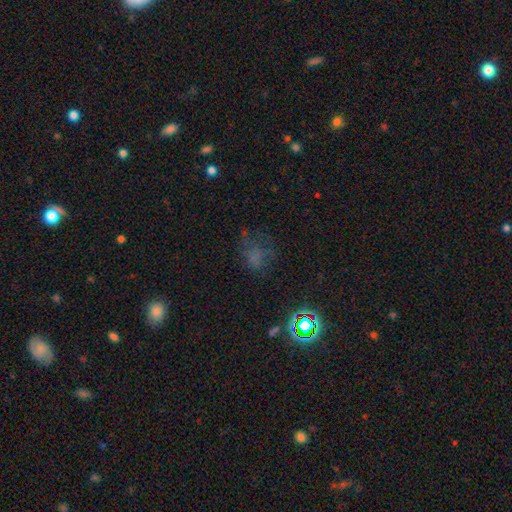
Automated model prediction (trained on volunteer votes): Morphology: type=smooth (43%); merging=none (50%).